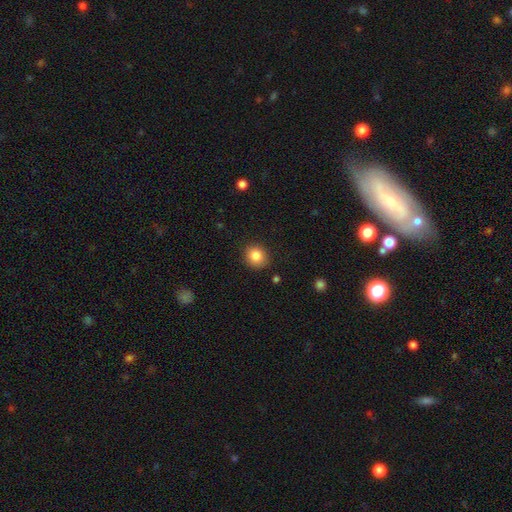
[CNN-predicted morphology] Smooth or featured: smooth — 85% (star or artifact — 10%)
How rounded: round — 81% (in between — 18%)
Merging: none — 87% (minor disturbance — 9%)